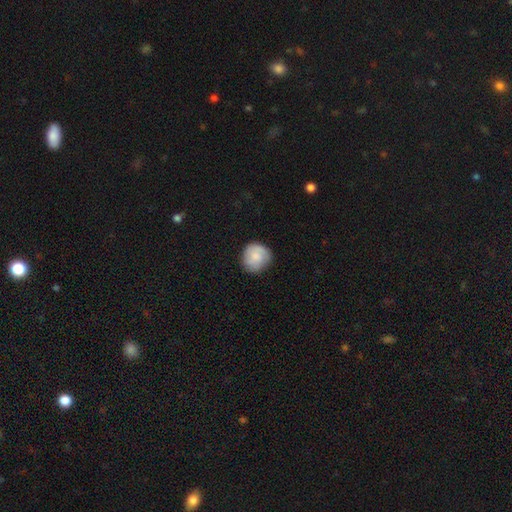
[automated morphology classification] smooth 75%, featured or disk 18%, star or artifact 6%. Down the decision tree: how rounded — round (89%); merging — none (79%).